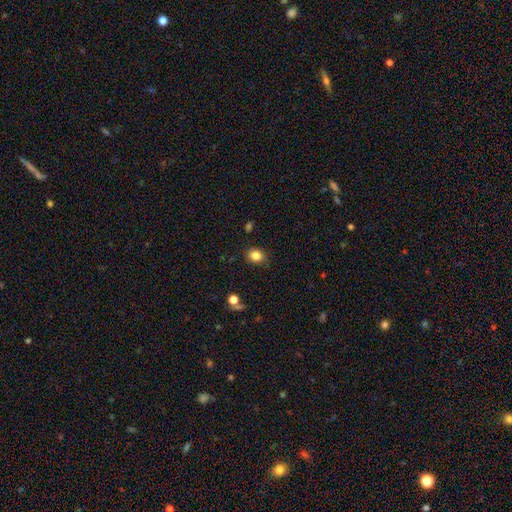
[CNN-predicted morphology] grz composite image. It shows a smooth galaxy with no disk features (83%) that is round (55%). Merging: none (85%).